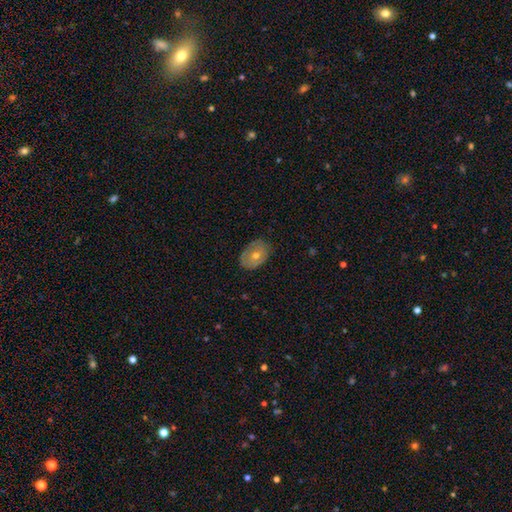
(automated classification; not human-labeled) The model was most divided on "smooth or featured": featured or disk: 47%, smooth: 45%, star or artifact: 8%. More confident: merging — none (78%).